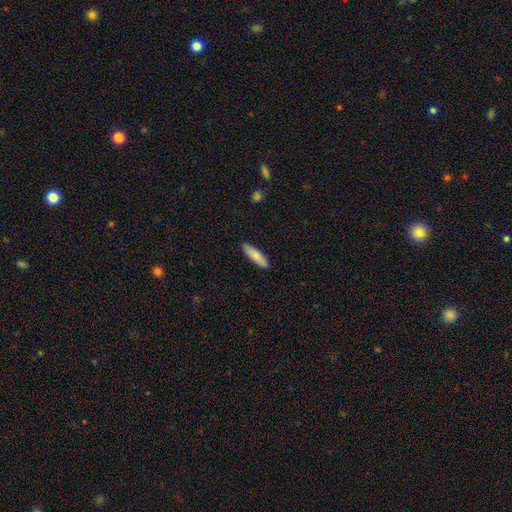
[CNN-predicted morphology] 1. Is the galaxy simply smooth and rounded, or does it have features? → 84% smooth, 11% featured or disk, 5% star or artifact.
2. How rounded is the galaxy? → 73% cigar-shaped, 26% in between, 1% round.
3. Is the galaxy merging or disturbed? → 90% none, 8% minor disturbance, 2% major disturbance, 1% merger.